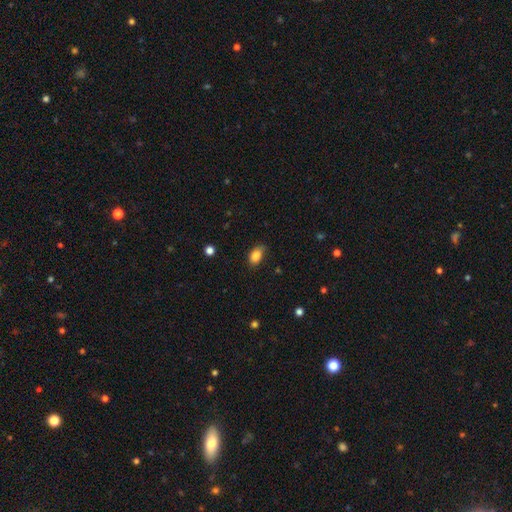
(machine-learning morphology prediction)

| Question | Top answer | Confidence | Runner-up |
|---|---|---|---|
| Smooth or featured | smooth | 86% | star or artifact (8%) |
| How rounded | in between | 85% | round (14%) |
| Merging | none | 71% | minor disturbance (23%) |